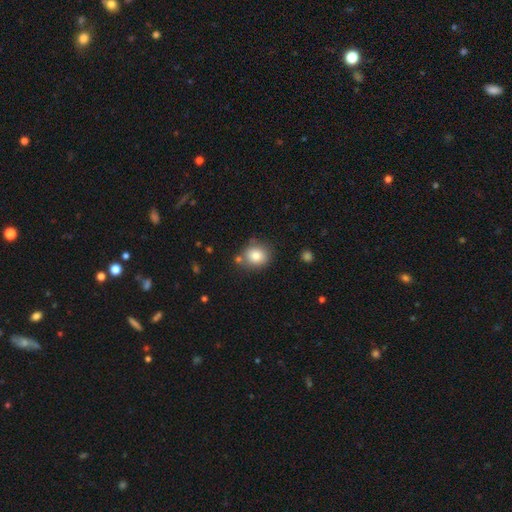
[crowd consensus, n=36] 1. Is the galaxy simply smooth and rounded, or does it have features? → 83% smooth, 11% featured or disk, 6% star or artifact.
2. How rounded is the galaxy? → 80% round, 20% in between, 0% cigar-shaped.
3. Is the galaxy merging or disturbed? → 79% none, 9% minor disturbance, 9% merger, 3% major disturbance.